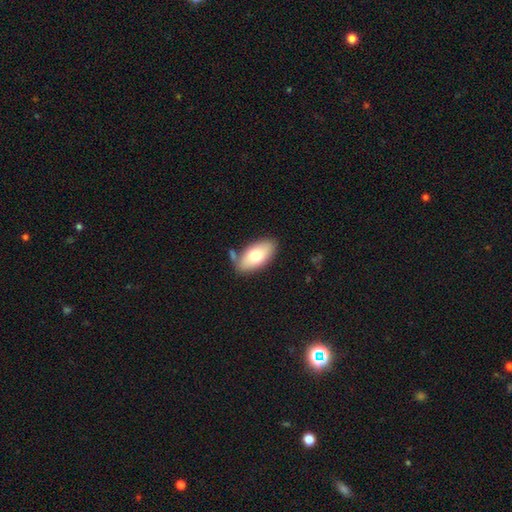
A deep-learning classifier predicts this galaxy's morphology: Smooth or featured? smooth (73%)
How rounded? in between (93%)
Merging? none (73%)